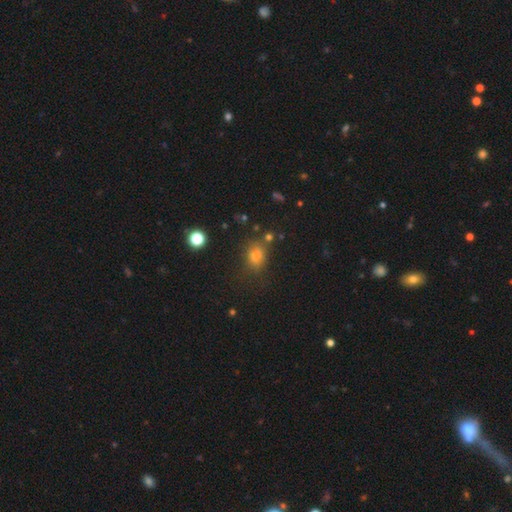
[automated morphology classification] The model was most divided on "how rounded": in between: 56%, round: 42%, cigar-shaped: 2%. More confident: smooth or featured — smooth (73%); merging — none (70%).